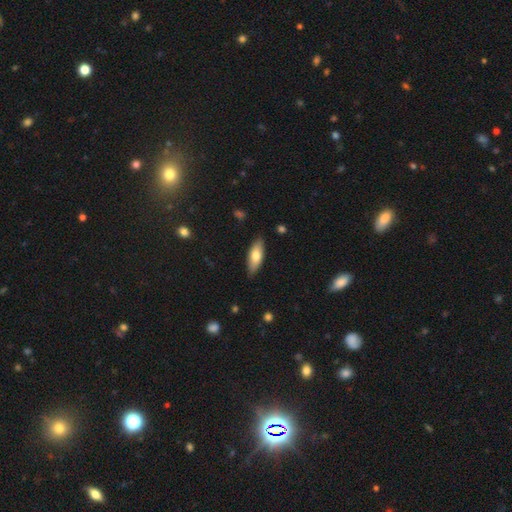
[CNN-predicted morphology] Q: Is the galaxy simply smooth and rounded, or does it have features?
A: smooth — 71%.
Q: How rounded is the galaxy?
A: in between — 71%.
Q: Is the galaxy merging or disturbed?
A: none — 85%.